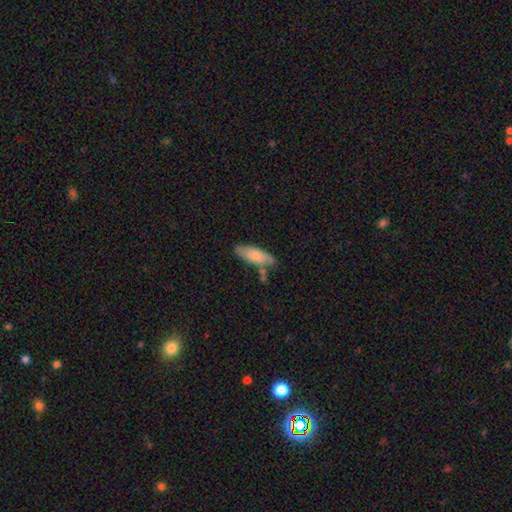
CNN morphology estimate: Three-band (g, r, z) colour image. It shows a smooth galaxy with no disk features (77%) that is in between round and cigar-shaped (62%). Merging: none (66%).